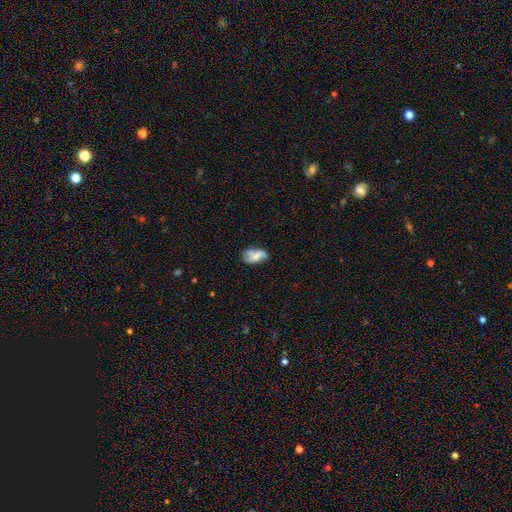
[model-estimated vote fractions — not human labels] smooth_or_featured: smooth (p=0.58) [alt: featured or disk p=0.33]
how_rounded: in between (p=0.90) [alt: round p=0.07]
merging: none (p=0.53) [alt: minor disturbance p=0.32]